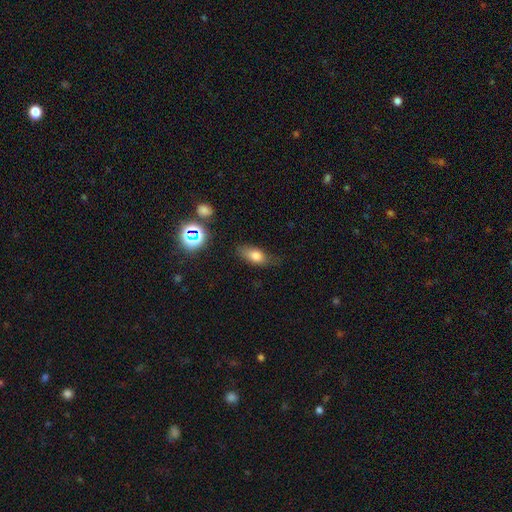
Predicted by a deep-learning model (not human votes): smooth_or_featured: smooth (p=0.73) [alt: featured or disk p=0.15]
how_rounded: in between (p=0.77) [alt: cigar-shaped p=0.13]
merging: none (p=0.69) [alt: minor disturbance p=0.22]